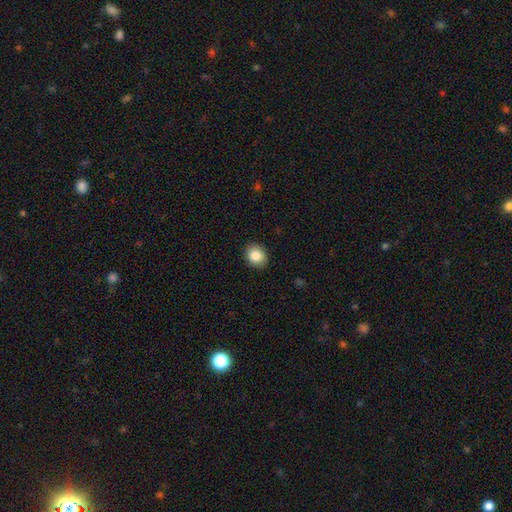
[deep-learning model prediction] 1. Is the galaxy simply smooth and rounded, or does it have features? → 85% smooth, 9% star or artifact, 6% featured or disk.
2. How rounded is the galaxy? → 57% round, 42% in between, 1% cigar-shaped.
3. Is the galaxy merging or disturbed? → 90% none, 7% minor disturbance, 2% major disturbance, 1% merger.